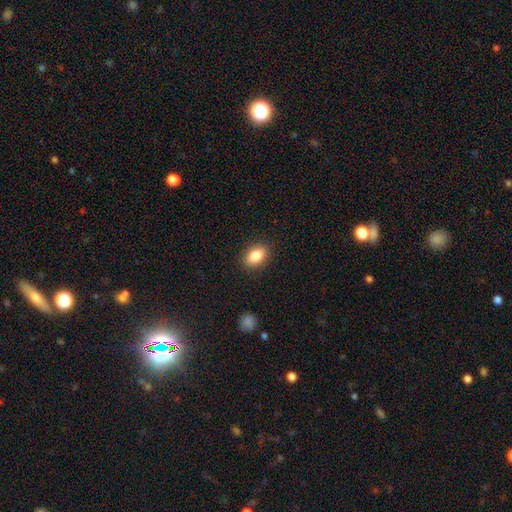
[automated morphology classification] A smooth galaxy with no disk features (85%) that is in between round and cigar-shaped (82%). Merging: none (89%).